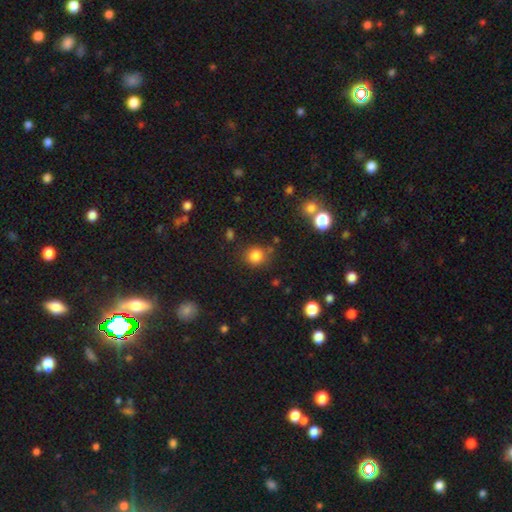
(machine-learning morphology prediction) Smooth or featured? smooth (83%)
How rounded? round (84%)
Merging? none (79%)